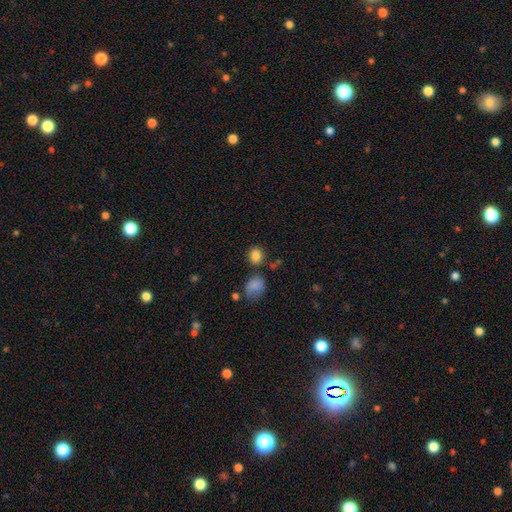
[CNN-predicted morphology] This appears to be a smooth galaxy with no disk features (83%) that is round (53%). Merging: none (70%).